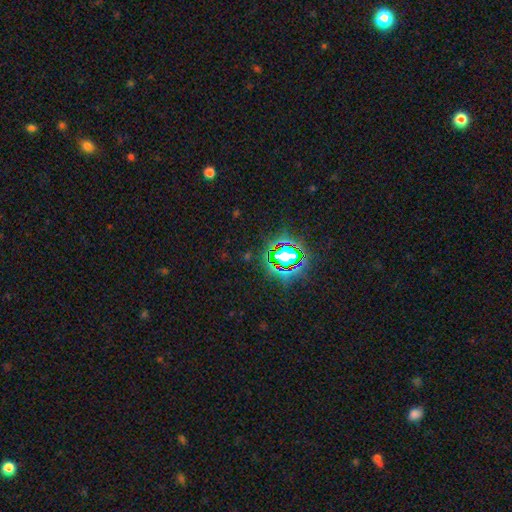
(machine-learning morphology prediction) type=star or artifact (80%).